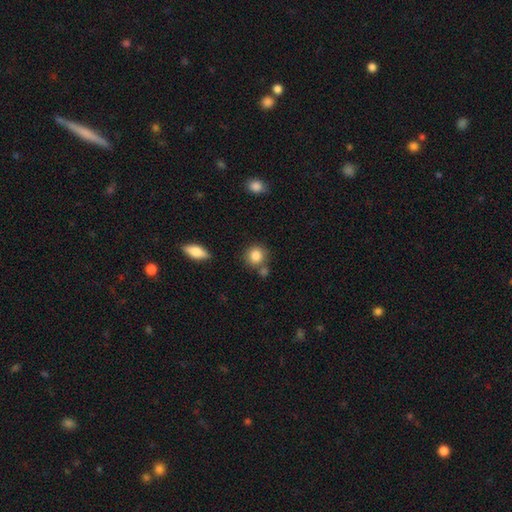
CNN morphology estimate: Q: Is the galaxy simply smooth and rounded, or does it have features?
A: smooth — 85%.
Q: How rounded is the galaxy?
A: round — 84%.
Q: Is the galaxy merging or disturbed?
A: none — 69%.